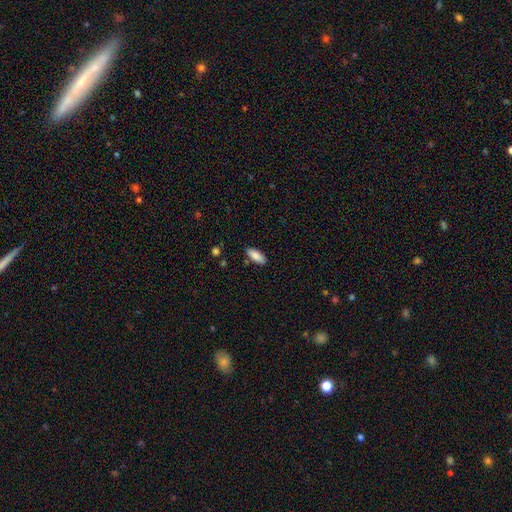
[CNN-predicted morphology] This is clearly a smooth galaxy (87%). How rounded: clearly in between (81%). Merging: clearly none (86%).